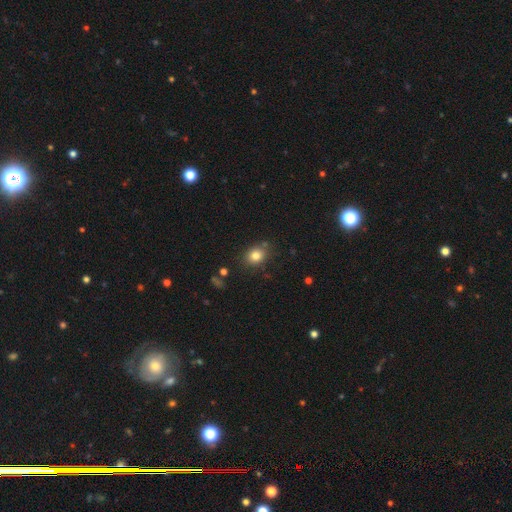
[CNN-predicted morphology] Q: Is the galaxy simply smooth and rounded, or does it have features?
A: smooth — 81%.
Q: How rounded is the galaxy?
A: round — 59%.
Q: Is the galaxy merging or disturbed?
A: none — 79%.